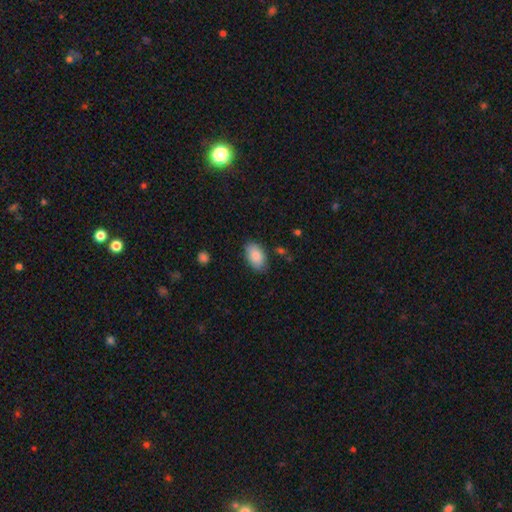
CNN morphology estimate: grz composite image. It shows a smooth galaxy with no disk features (86%) that is in between round and cigar-shaped (94%). Merging: none (82%).